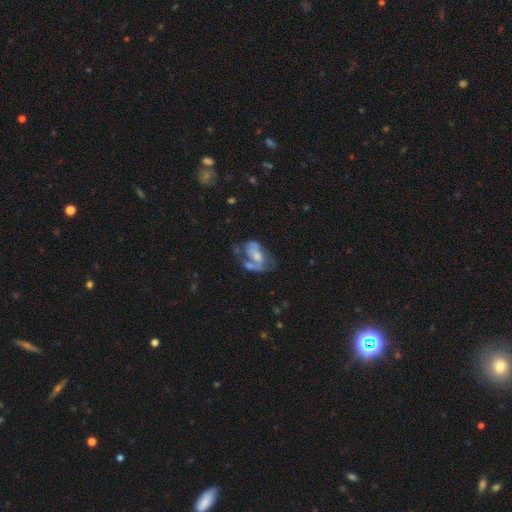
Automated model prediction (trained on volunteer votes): Smooth or featured?
  - featured or disk: 60% *
  - smooth: 32%
  - star or artifact: 8%
Edge-on disk?
  - no: 96% *
  - yes: 4%
Bar?
  - no: 64% *
  - weak: 27%
  - strong: 9%
Spiral arms?
  - yes: 53% *
  - no: 47%
Bulge size?
  - moderate: 45% *
  - small: 36%
  - none: 10%
  - large: 7%
  - dominant: 2%
Merging?
  - major disturbance: 30% *
  - none: 27%
  - merger: 23%
  - minor disturbance: 20%